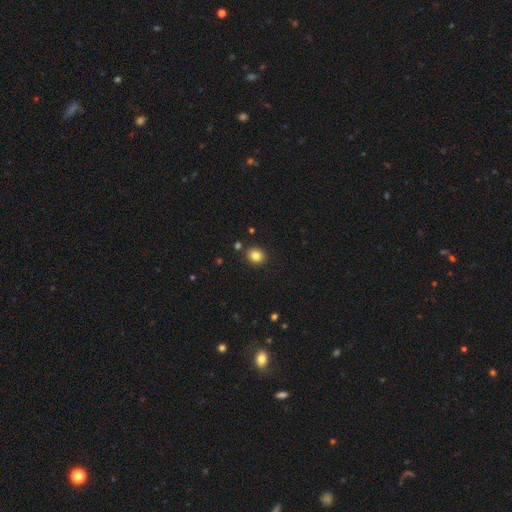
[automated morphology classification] This is clearly a smooth galaxy (83%). How rounded: likely round (73%). Merging: clearly none (88%).